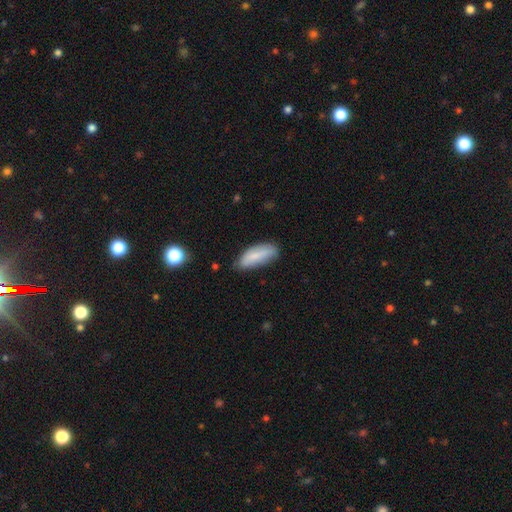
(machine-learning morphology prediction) Smooth or featured?
  - smooth: 79% *
  - featured or disk: 14%
  - star or artifact: 7%
How rounded?
  - in between: 73% *
  - cigar-shaped: 26%
  - round: 2%
Merging?
  - none: 68% *
  - minor disturbance: 25%
  - major disturbance: 5%
  - merger: 2%